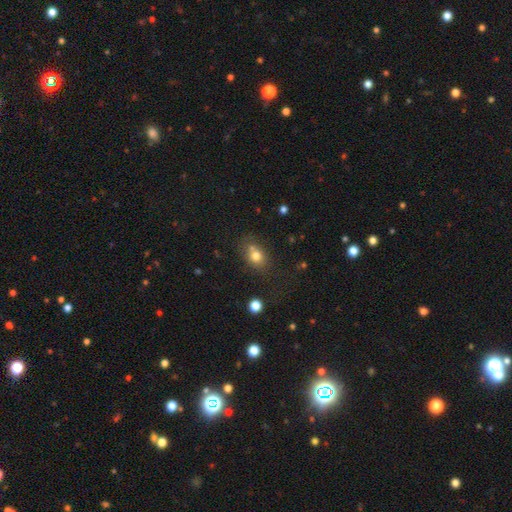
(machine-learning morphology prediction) Smooth or featured?
  - smooth: 74% *
  - star or artifact: 13%
  - featured or disk: 13%
How rounded?
  - in between: 51% *
  - round: 47%
  - cigar-shaped: 1%
Merging?
  - none: 54% *
  - merger: 23%
  - minor disturbance: 16%
  - major disturbance: 6%